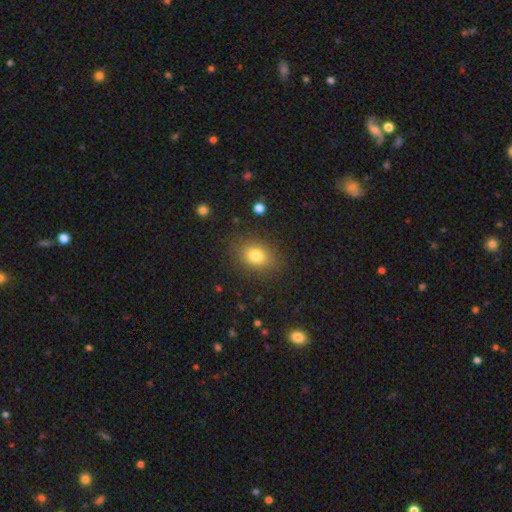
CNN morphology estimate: Smooth or featured?
  - smooth: 79% *
  - star or artifact: 12%
  - featured or disk: 10%
How rounded?
  - in between: 67% *
  - round: 32%
  - cigar-shaped: 1%
Merging?
  - none: 84% *
  - minor disturbance: 11%
  - major disturbance: 4%
  - merger: 1%